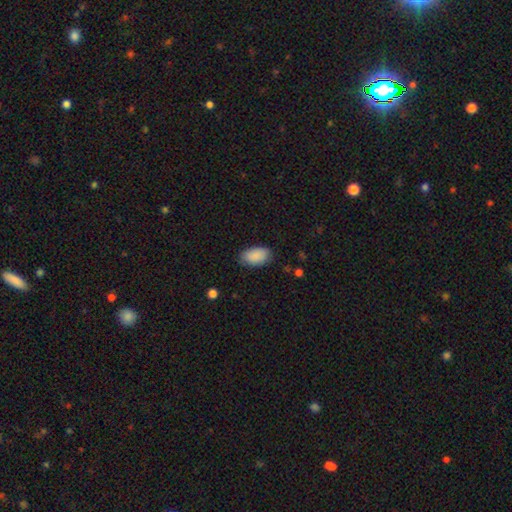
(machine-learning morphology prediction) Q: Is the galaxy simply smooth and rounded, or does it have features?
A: smooth — 90%.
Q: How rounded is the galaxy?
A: in between — 94%.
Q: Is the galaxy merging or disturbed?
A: none — 79%.